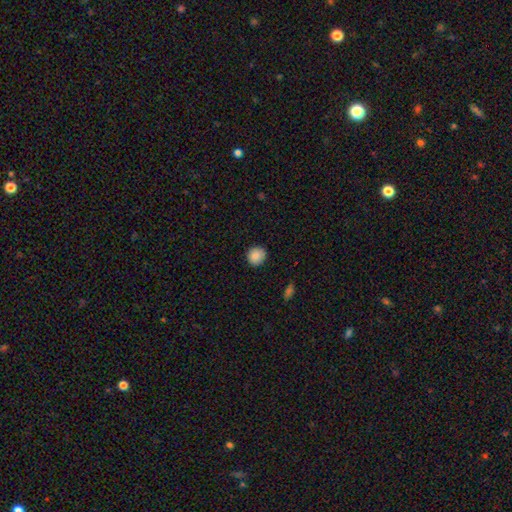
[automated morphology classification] Smooth or featured? smooth (88%)
How rounded? round (89%)
Merging? none (88%)